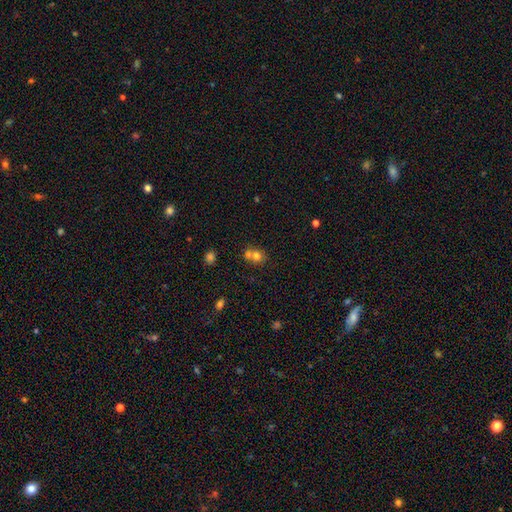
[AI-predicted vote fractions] smooth_or_featured: smooth (p=0.73) [alt: featured or disk p=0.14]
how_rounded: round (p=0.76) [alt: in between p=0.23]
merging: merger (p=0.48) [alt: none p=0.42]